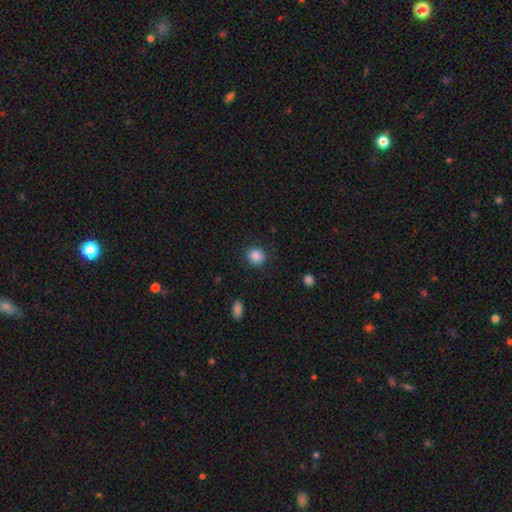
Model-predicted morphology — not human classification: Overall: smooth (87%). How rounded: round (85%). Merging: none (87%).